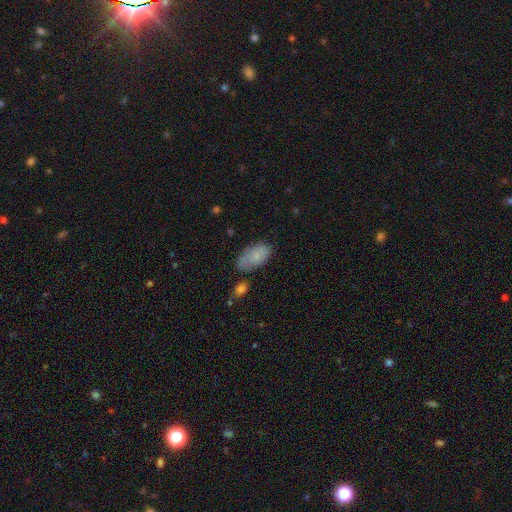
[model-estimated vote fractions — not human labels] Q: Smooth or featured?
A: smooth (76%); runner-up: featured or disk (16%)
Q: How rounded?
A: in between (94%); runner-up: round (4%)
Q: Merging?
A: none (55%); runner-up: minor disturbance (28%)